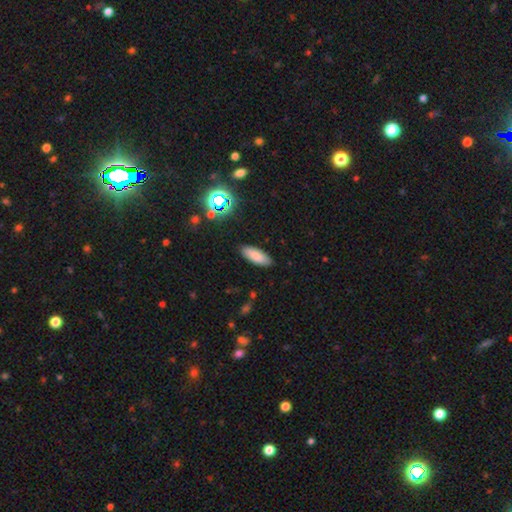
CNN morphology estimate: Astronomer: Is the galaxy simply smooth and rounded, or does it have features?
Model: smooth — 84%.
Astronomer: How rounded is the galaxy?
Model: in between — 73%.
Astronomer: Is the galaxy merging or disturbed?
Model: none — 88%.